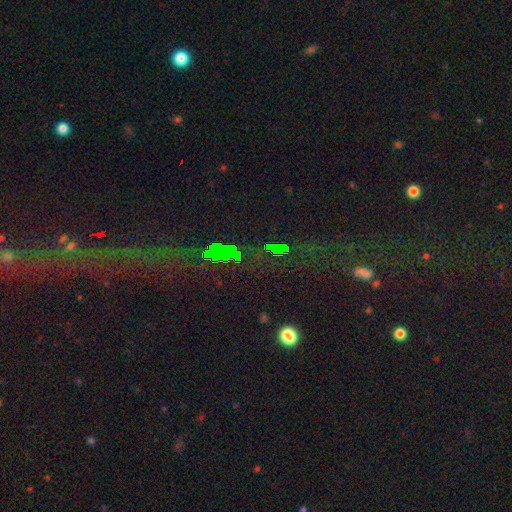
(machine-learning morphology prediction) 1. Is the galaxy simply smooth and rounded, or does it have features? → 76% star or artifact, 13% smooth, 11% featured or disk.